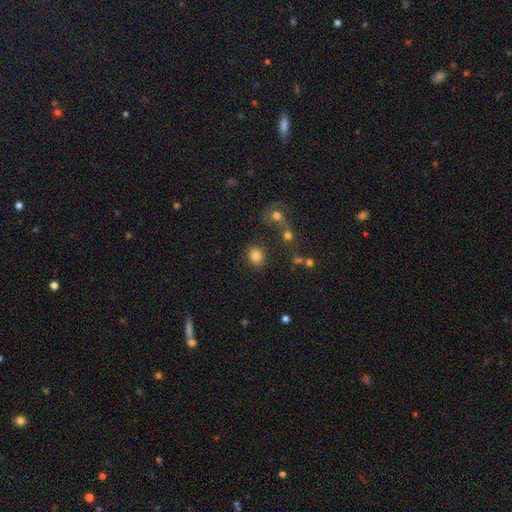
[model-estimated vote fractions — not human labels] A smooth galaxy with no disk features (83%) that is round (63%).

Vote fractions:
- Smooth or featured? smooth: 83% / star or artifact: 11% / featured or disk: 6%
- How rounded? round: 63% / in between: 36% / cigar-shaped: 1%
- Merging? none: 79% / minor disturbance: 10% / merger: 7% / major disturbance: 4%